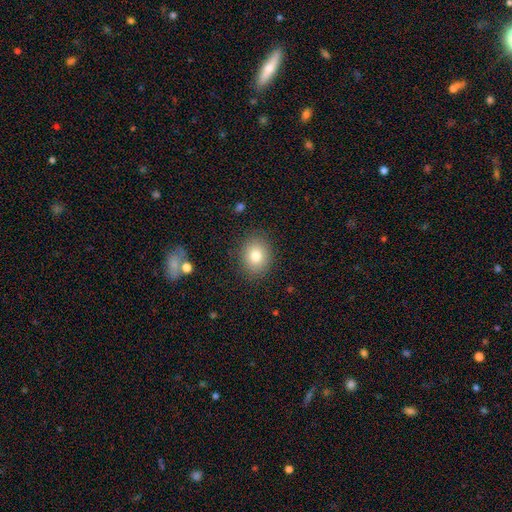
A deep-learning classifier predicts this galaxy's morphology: Smooth or featured?
  - smooth: 81% *
  - star or artifact: 10%
  - featured or disk: 9%
How rounded?
  - round: 54% *
  - in between: 45%
  - cigar-shaped: 1%
Merging?
  - none: 87% *
  - minor disturbance: 9%
  - major disturbance: 3%
  - merger: 1%